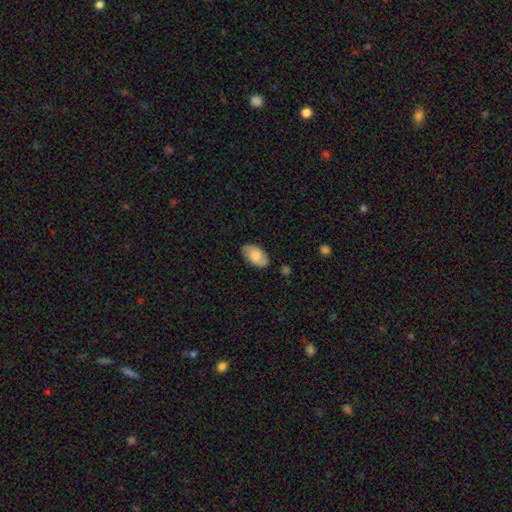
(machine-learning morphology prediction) smooth_or_featured: smooth (p=0.78) [alt: featured or disk p=0.16]
how_rounded: in between (p=0.95) [alt: round p=0.04]
merging: none (p=0.81) [alt: minor disturbance p=0.14]